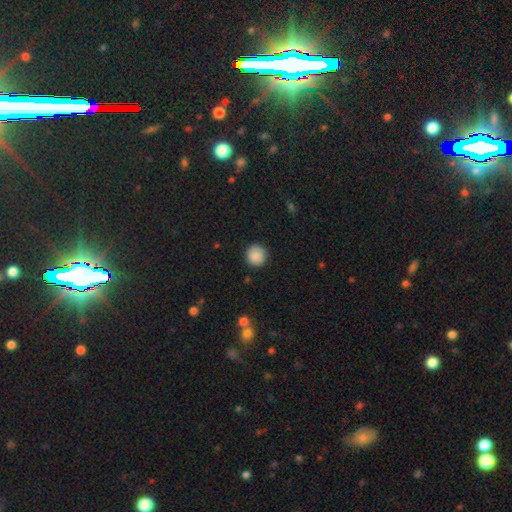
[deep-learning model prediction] This is clearly a smooth galaxy (87%). How rounded: clearly round (94%). Merging: clearly none (89%).